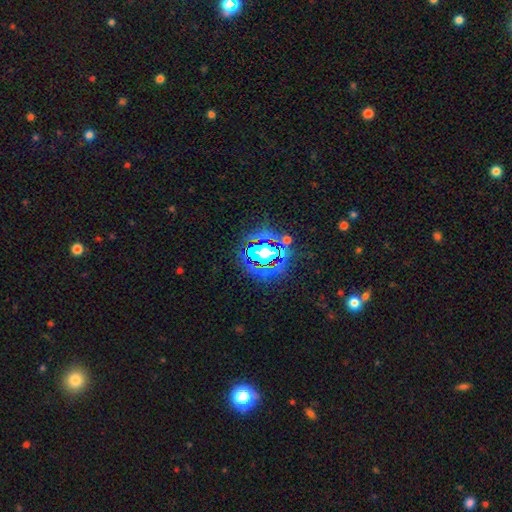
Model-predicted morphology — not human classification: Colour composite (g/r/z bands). It shows a star or artifact, not a galaxy (81%).